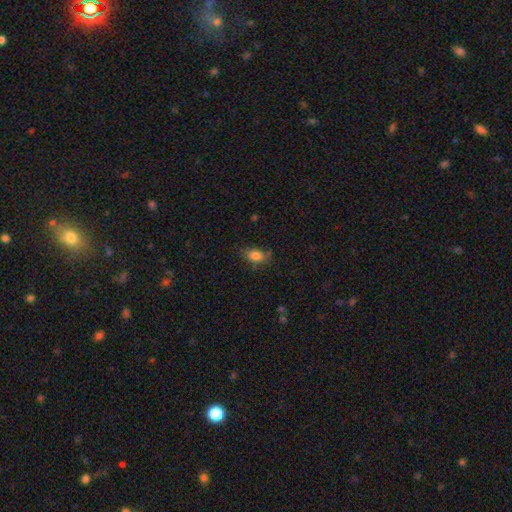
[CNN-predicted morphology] Q: Smooth or featured?
A: smooth (82%); runner-up: star or artifact (9%)
Q: How rounded?
A: in between (83%); runner-up: round (13%)
Q: Merging?
A: none (68%); runner-up: minor disturbance (24%)